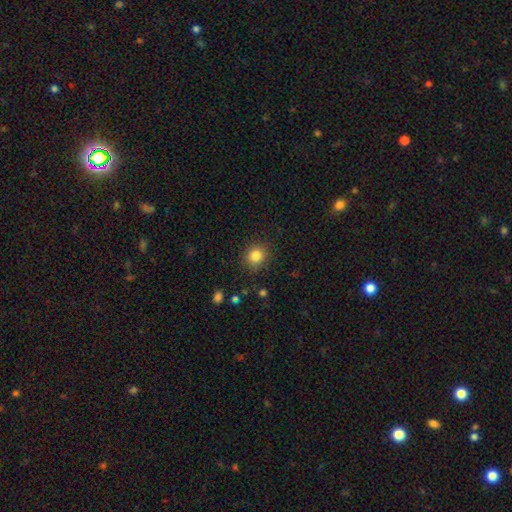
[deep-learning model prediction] Q: Smooth or featured?
A: smooth (84%); runner-up: star or artifact (11%)
Q: How rounded?
A: round (86%); runner-up: in between (13%)
Q: Merging?
A: none (87%); runner-up: minor disturbance (8%)